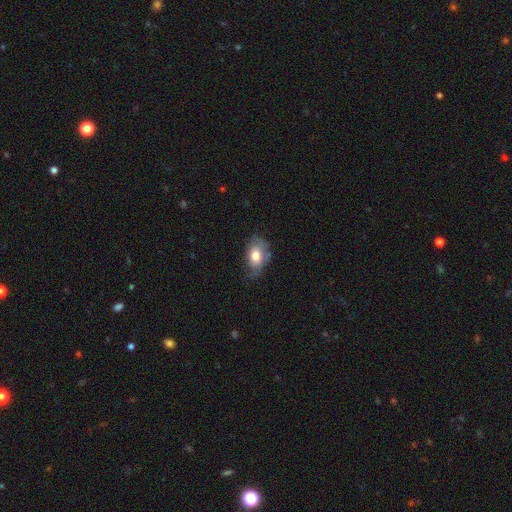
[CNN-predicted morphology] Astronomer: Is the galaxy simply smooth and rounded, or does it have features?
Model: smooth — 72%.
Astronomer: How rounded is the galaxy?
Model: in between — 85%.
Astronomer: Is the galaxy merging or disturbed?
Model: none — 47% (runner-up: minor disturbance, 36%).